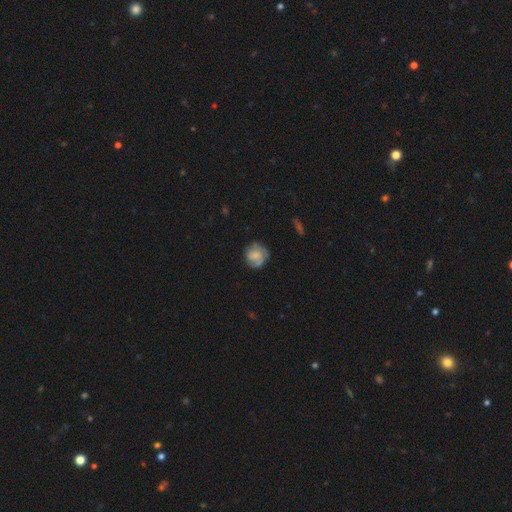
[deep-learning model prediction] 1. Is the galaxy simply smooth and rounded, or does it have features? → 58% smooth, 34% featured or disk, 8% star or artifact.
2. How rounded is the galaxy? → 84% round, 15% in between, 1% cigar-shaped.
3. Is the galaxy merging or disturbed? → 63% none, 24% minor disturbance, 11% major disturbance, 3% merger.